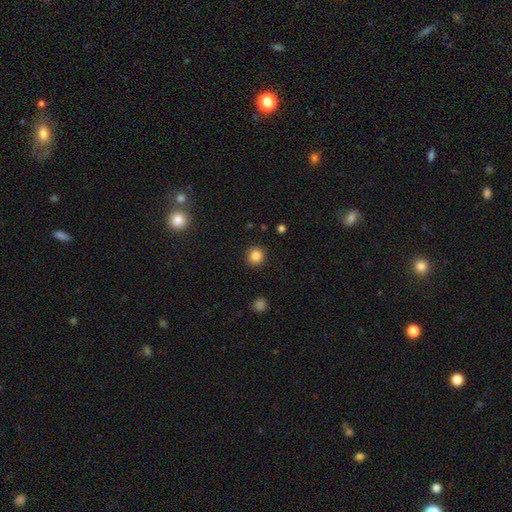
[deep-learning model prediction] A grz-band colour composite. It shows a smooth galaxy with no disk features (85%) that is round (94%). Merging: none (91%).